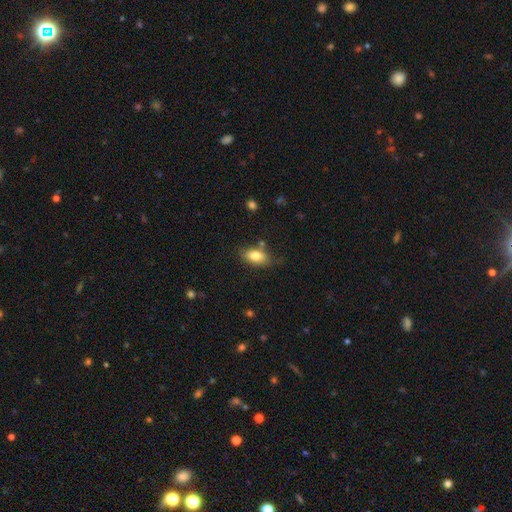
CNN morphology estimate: Q: Smooth or featured?
A: smooth (81%); runner-up: featured or disk (12%)
Q: How rounded?
A: in between (89%); runner-up: round (6%)
Q: Merging?
A: none (70%); runner-up: minor disturbance (19%)